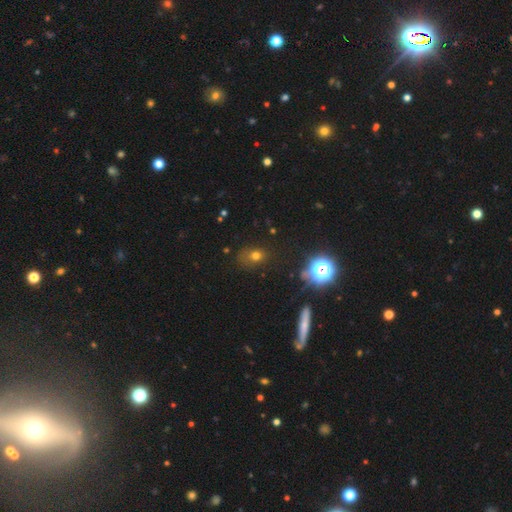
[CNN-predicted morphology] type=smooth (63%); roundness=round (52%); merging=none (66%).